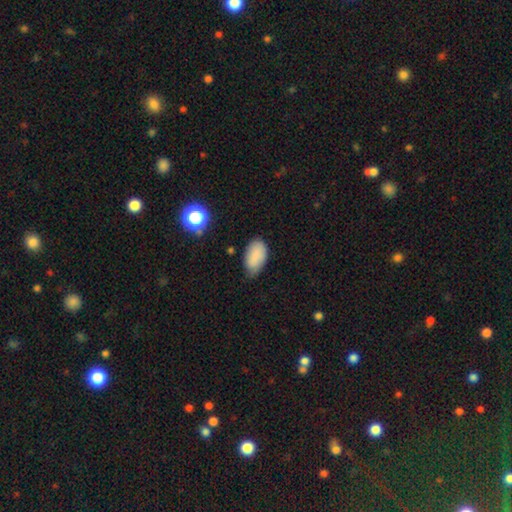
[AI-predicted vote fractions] Smooth or featured? Predicted: smooth (p=0.85). How rounded? Predicted: in between (p=0.93). Merging? Predicted: none (p=0.64).